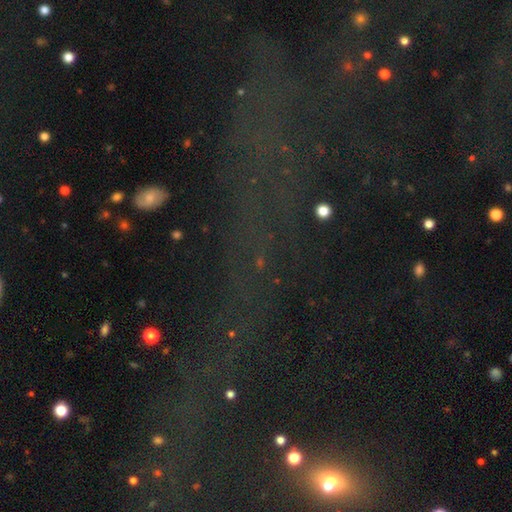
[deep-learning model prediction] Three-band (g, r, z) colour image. It shows a star or artifact, not a galaxy (64%).